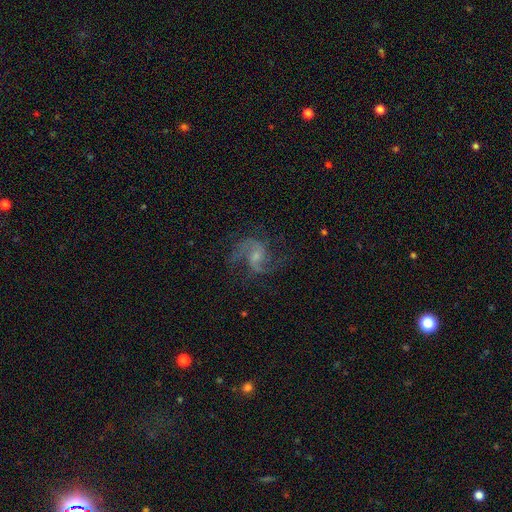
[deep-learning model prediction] The model was most divided on "bar": no: 48%, weak: 43%, strong: 9%. More confident: edge-on disk — no (98%); spiral arms — yes (96%); smooth or featured — featured or disk (85%); spiral arm count — 2 (75%); merging — none (70%); bulge size — small (57%); spiral winding — medium (51%).